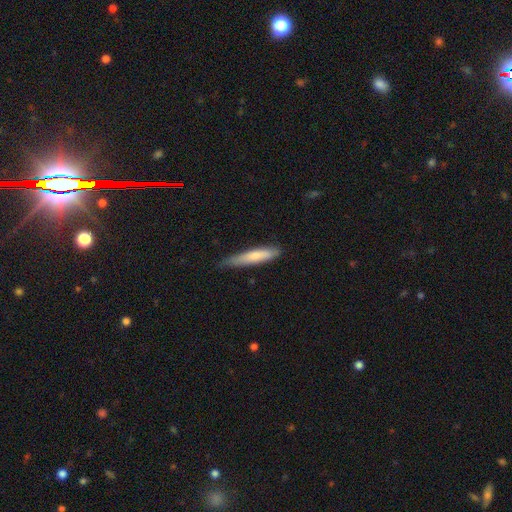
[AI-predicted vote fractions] A smooth galaxy with no disk features (74%) that is cigar-shaped (88%). Merging: none (67%).